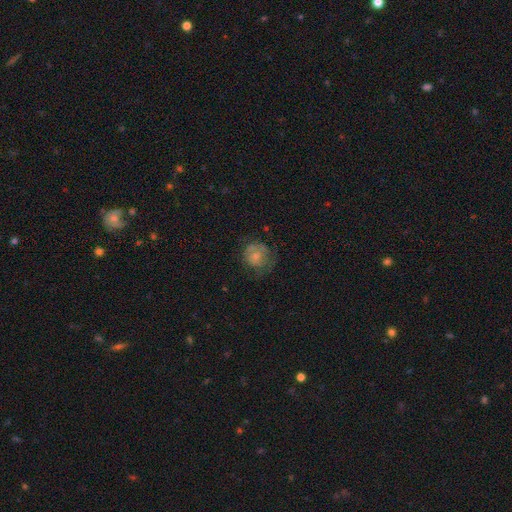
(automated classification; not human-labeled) Smooth or featured: smooth — 54% (featured or disk — 36%)
How rounded: round — 80% (in between — 19%)
Merging: none — 51% (minor disturbance — 25%)